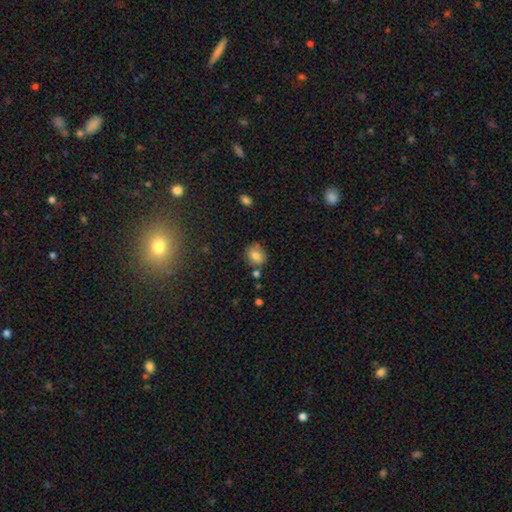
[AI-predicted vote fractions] Overall: smooth (76%). How rounded: round (50%; in between 49%). Merging: none (71%).